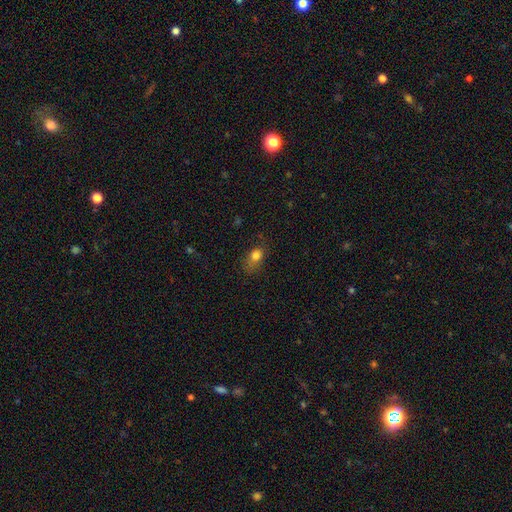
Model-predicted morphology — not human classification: Q: Smooth or featured?
A: smooth (78%); runner-up: star or artifact (12%)
Q: How rounded?
A: in between (70%); runner-up: round (27%)
Q: Merging?
A: none (55%); runner-up: minor disturbance (29%)